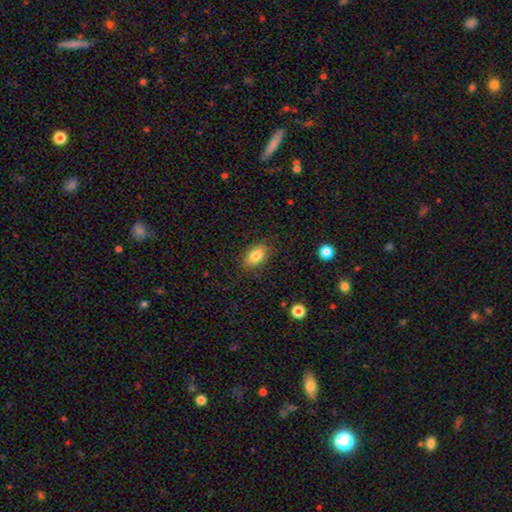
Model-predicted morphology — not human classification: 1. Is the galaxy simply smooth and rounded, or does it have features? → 83% smooth, 9% featured or disk, 8% star or artifact.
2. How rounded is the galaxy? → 87% in between, 11% round, 2% cigar-shaped.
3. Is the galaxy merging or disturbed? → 85% none, 11% minor disturbance, 3% major disturbance, 1% merger.